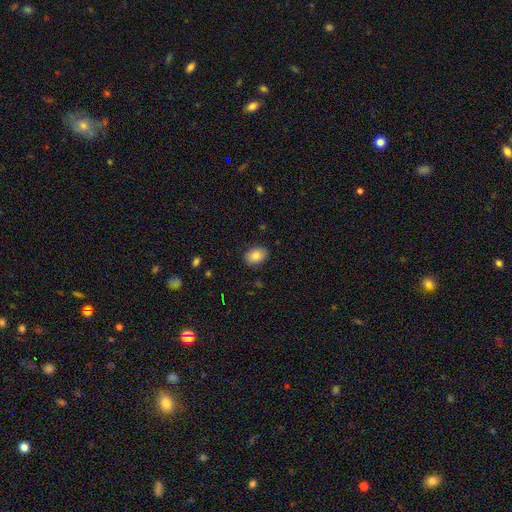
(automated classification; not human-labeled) Smooth or featured: smooth — 85% (star or artifact — 8%)
How rounded: in between — 75% (round — 24%)
Merging: none — 87% (minor disturbance — 10%)